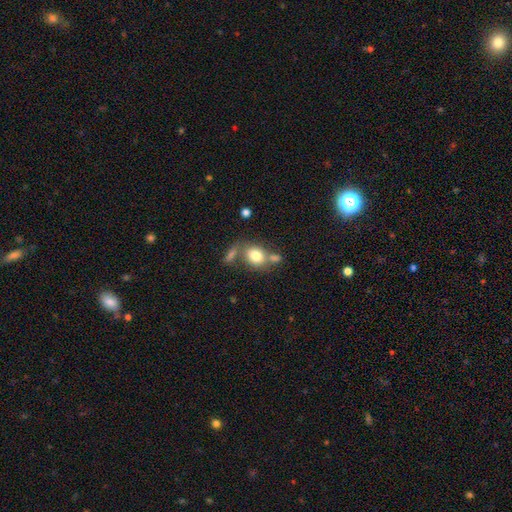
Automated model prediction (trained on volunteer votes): Q: Smooth or featured?
A: smooth (78%); runner-up: featured or disk (13%)
Q: How rounded?
A: in between (51%); runner-up: round (47%)
Q: Merging?
A: none (51%); runner-up: merger (30%)